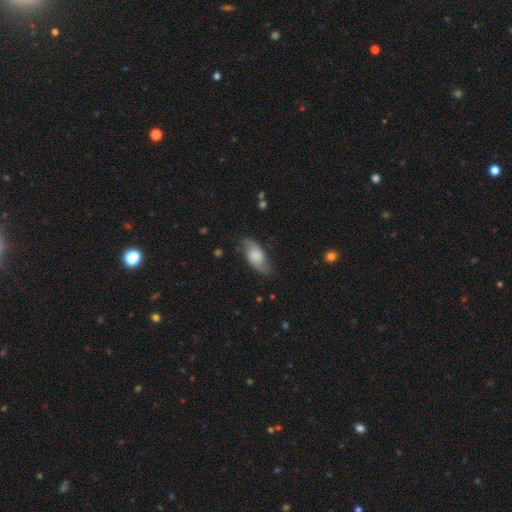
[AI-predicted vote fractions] A featured or disk galaxy (56%). Merging: none (74%).